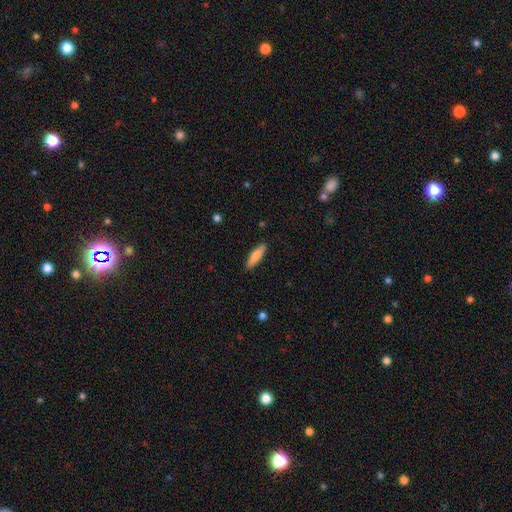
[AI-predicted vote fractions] Q: Smooth or featured?
A: smooth (74%); runner-up: featured or disk (21%)
Q: How rounded?
A: cigar-shaped (69%); runner-up: in between (29%)
Q: Merging?
A: none (89%); runner-up: minor disturbance (8%)